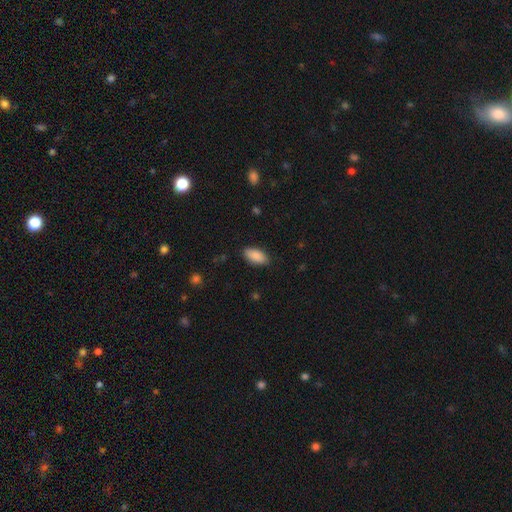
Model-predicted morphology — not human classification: This is clearly a smooth galaxy (89%). How rounded: clearly in between (93%). Merging: clearly none (87%).